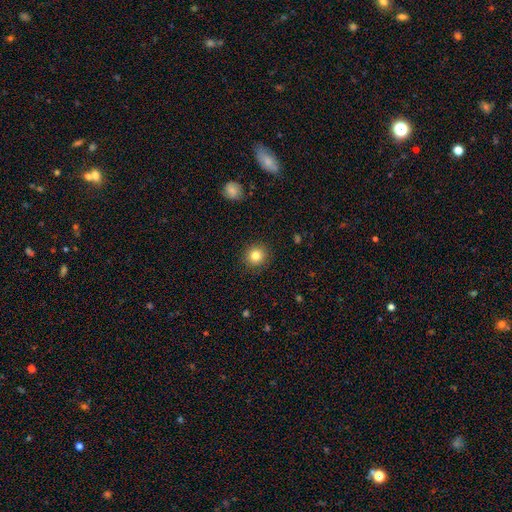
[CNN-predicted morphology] type=smooth (82%); roundness=round (91%); merging=none (91%).